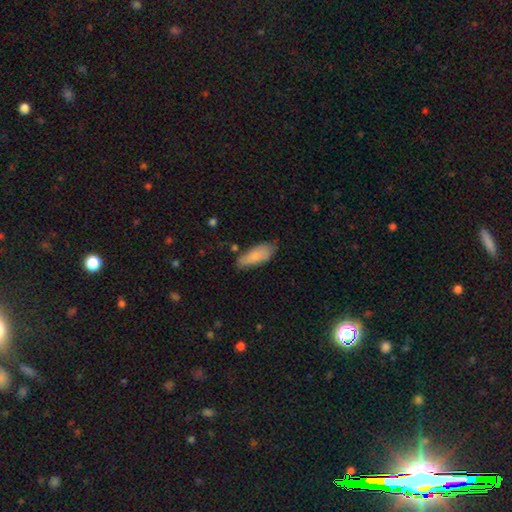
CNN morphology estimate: Smooth or featured?
  - smooth: 81% *
  - featured or disk: 13%
  - star or artifact: 6%
How rounded?
  - in between: 71% *
  - cigar-shaped: 27%
  - round: 2%
Merging?
  - none: 63% *
  - minor disturbance: 27%
  - major disturbance: 6%
  - merger: 4%